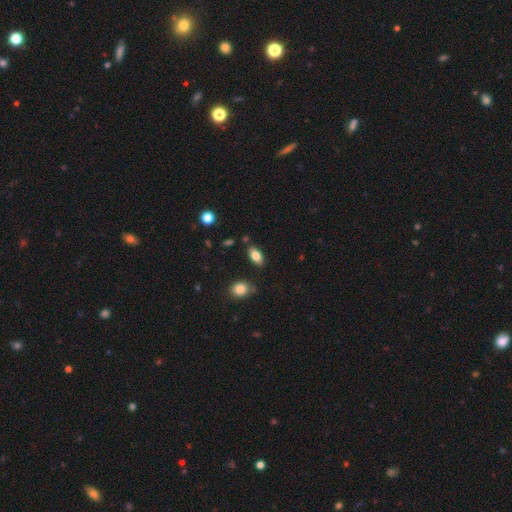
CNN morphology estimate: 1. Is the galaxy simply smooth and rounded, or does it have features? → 81% smooth, 11% featured or disk, 8% star or artifact.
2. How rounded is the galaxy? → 90% in between, 6% cigar-shaped, 4% round.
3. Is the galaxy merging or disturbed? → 82% none, 12% minor disturbance, 4% merger, 3% major disturbance.